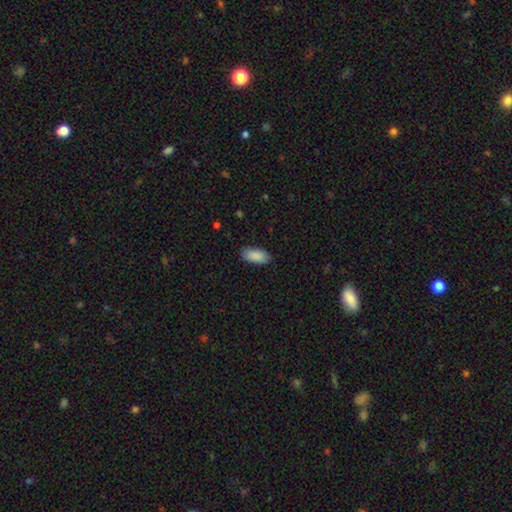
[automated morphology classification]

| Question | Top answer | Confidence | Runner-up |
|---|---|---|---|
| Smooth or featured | smooth | 90% | star or artifact (6%) |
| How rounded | in between | 90% | cigar-shaped (9%) |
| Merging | none | 87% | minor disturbance (10%) |